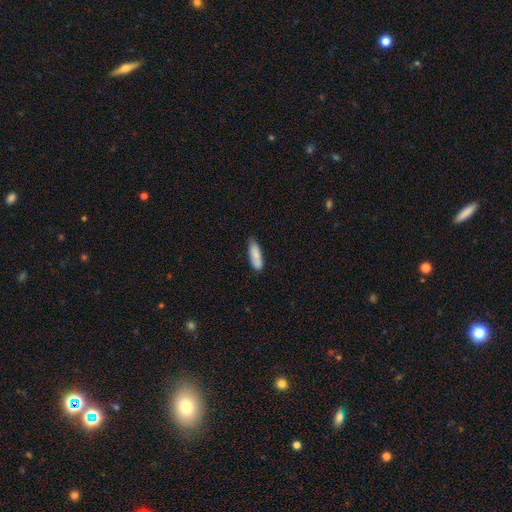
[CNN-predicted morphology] Smooth or featured?
  - smooth: 84% *
  - featured or disk: 10%
  - star or artifact: 6%
How rounded?
  - cigar-shaped: 52% *
  - in between: 47%
  - round: 2%
Merging?
  - none: 70% *
  - minor disturbance: 22%
  - merger: 4%
  - major disturbance: 4%